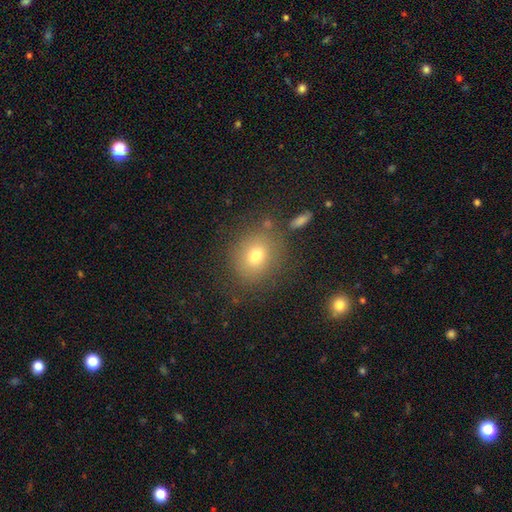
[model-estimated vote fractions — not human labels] smooth_or_featured: smooth (p=0.74) [alt: star or artifact p=0.14]
how_rounded: round (p=0.73) [alt: in between p=0.26]
merging: none (p=0.79) [alt: minor disturbance p=0.12]